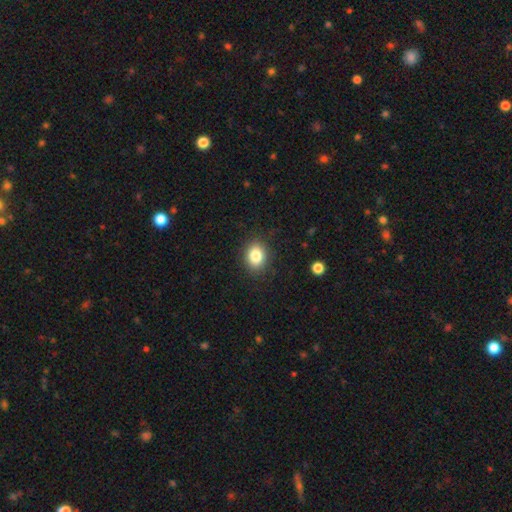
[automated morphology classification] smooth 83%, star or artifact 10%, featured or disk 7%. Down the decision tree: how rounded — in between (52%); merging — none (87%).